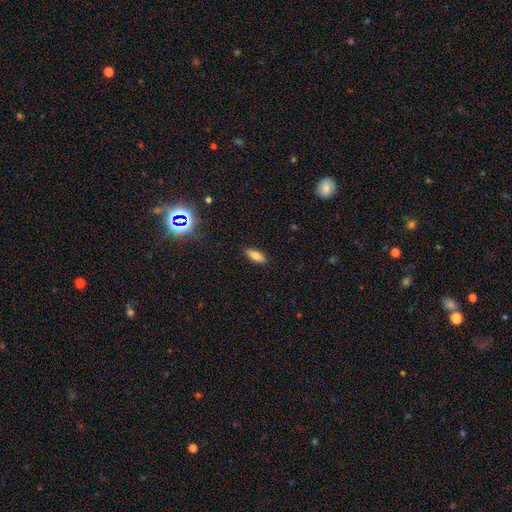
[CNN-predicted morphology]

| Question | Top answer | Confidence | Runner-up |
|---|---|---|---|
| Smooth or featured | smooth | 76% | featured or disk (13%) |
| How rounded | in between | 73% | cigar-shaped (24%) |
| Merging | none | 89% | minor disturbance (8%) |